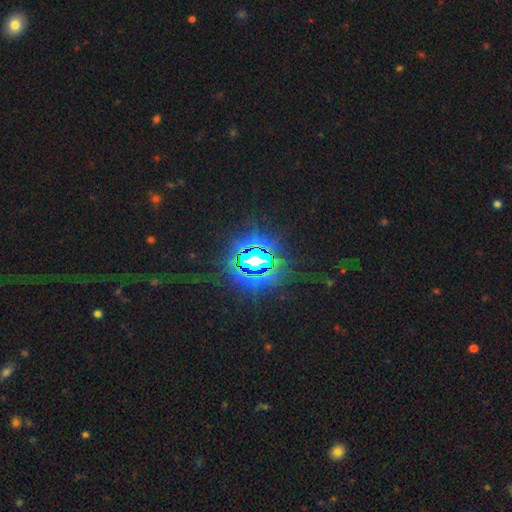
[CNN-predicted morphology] Smooth or featured? star or artifact (80%)